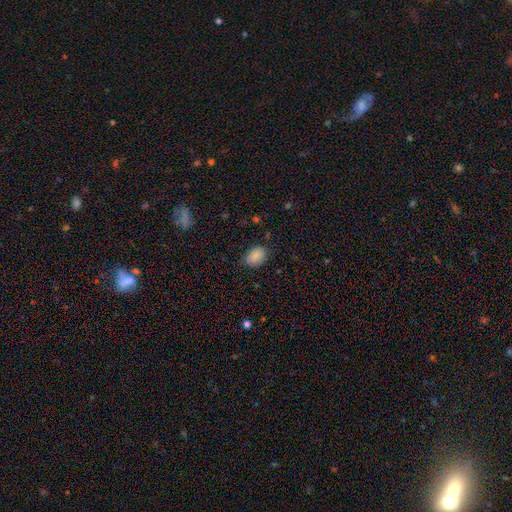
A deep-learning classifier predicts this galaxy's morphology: Smooth or featured? Predicted: smooth (p=0.87). How rounded? Predicted: in between (p=0.81). Merging? Predicted: none (p=0.75).